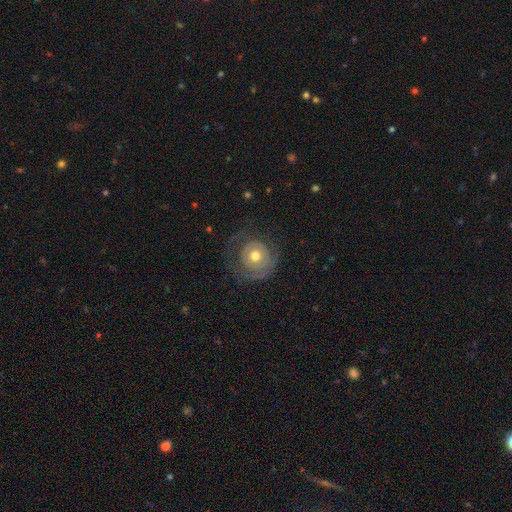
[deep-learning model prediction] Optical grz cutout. It shows a featured or disk galaxy (57%) with no bar (85%), spiral arms (66%) and a moderate central bulge (72%). Merging: none (59%).